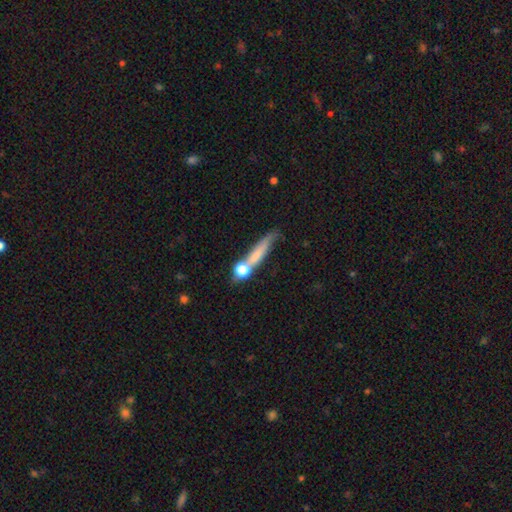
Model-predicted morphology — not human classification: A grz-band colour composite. It shows a smooth galaxy with no disk features (60%) that is cigar-shaped (72%). Merging: none (50%).